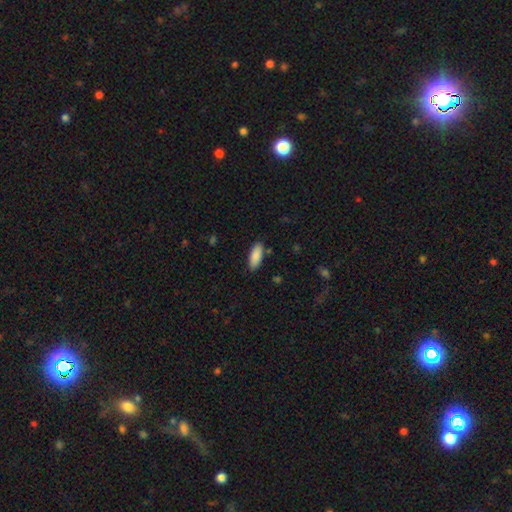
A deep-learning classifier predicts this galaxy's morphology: Smooth or featured: smooth — 89% (star or artifact — 6%)
How rounded: in between — 77% (cigar-shaped — 22%)
Merging: none — 86% (minor disturbance — 10%)